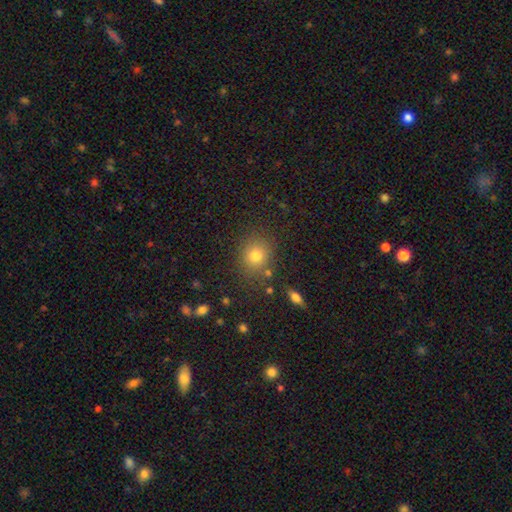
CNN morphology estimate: Overall: smooth (76%). How rounded: round (80%). Merging: none (81%).